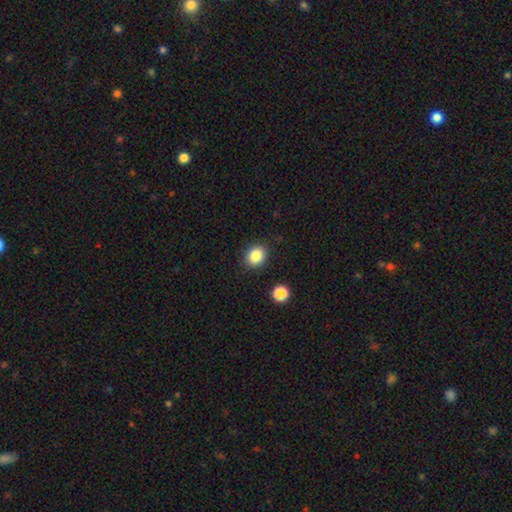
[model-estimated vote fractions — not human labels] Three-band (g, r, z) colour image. It shows a smooth galaxy with no disk features (85%) that is round (60%). Merging: none (87%).